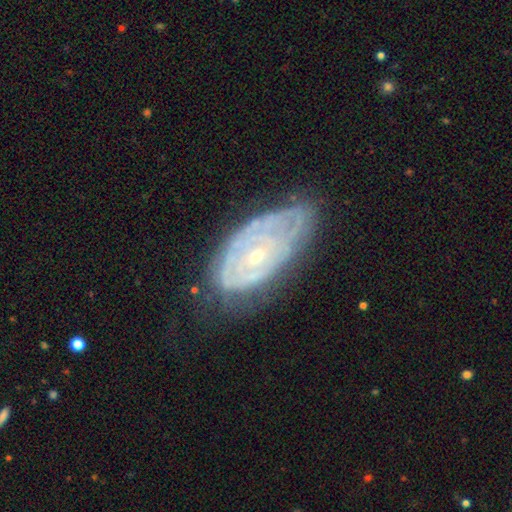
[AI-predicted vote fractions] Smooth or featured? Predicted: featured or disk (p=0.77). Edge-on disk? Predicted: no (p=0.92). Bar? Predicted: no (p=0.79). Spiral arms? Predicted: yes (p=0.72). Spiral winding? Predicted: tight (p=0.76). Spiral arm count? Predicted: can't tell (p=0.62). Bulge size? Predicted: small (p=0.68). Merging? Predicted: none (p=0.58).